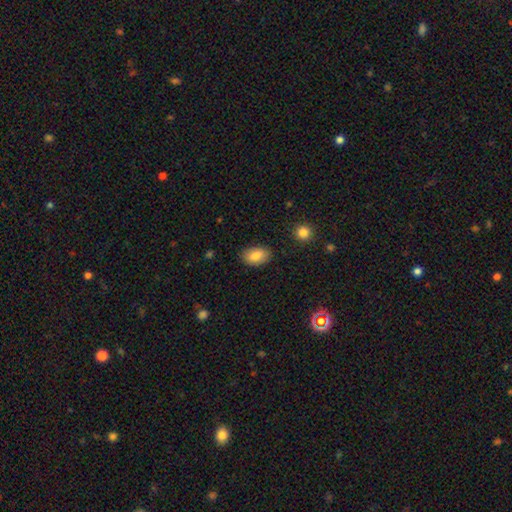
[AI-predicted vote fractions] A smooth galaxy with no disk features (84%) that is in between round and cigar-shaped (90%). Merging: none (86%).